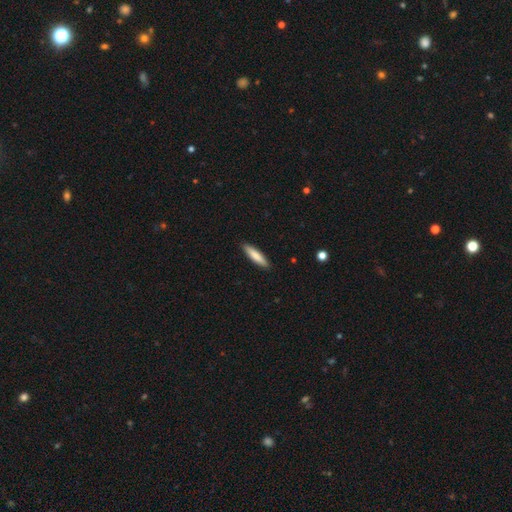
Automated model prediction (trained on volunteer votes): This is likely a smooth galaxy (80%). How rounded: clearly cigar-shaped (81%). Merging: clearly none (90%).